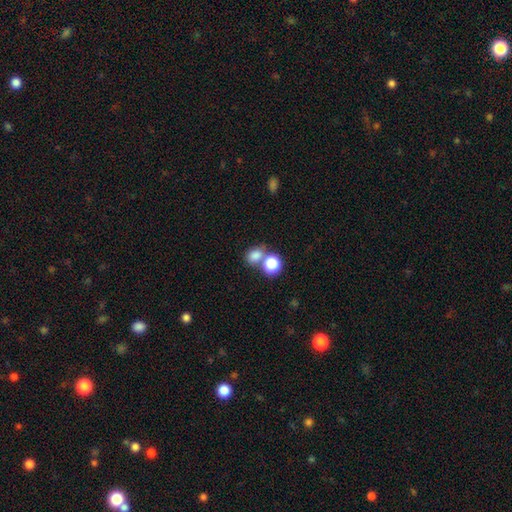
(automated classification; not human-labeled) Smooth or featured? smooth (79%)
How rounded? round (54%)
Merging? none (46%)